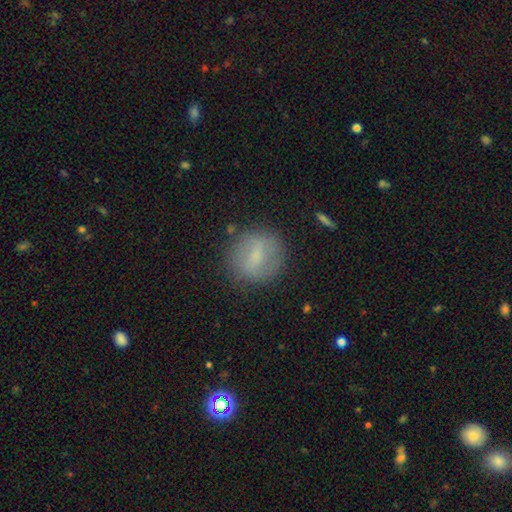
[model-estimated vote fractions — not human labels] This appears to be a smooth galaxy with no disk features (58%) that is round (80%). Merging: none (81%).